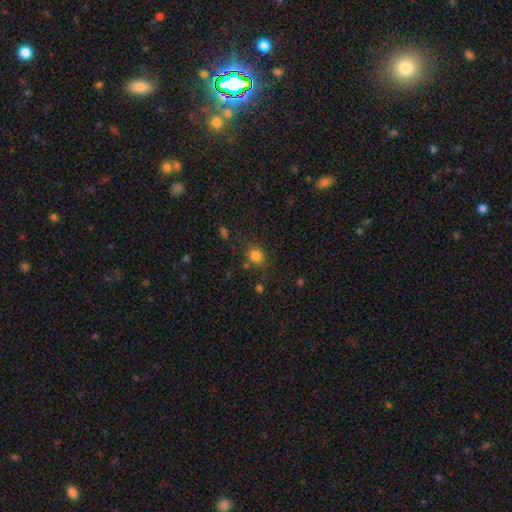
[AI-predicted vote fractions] smooth_or_featured: smooth (p=0.81) [alt: star or artifact p=0.13]
how_rounded: round (p=0.64) [alt: in between p=0.35]
merging: none (p=0.78) [alt: minor disturbance p=0.13]